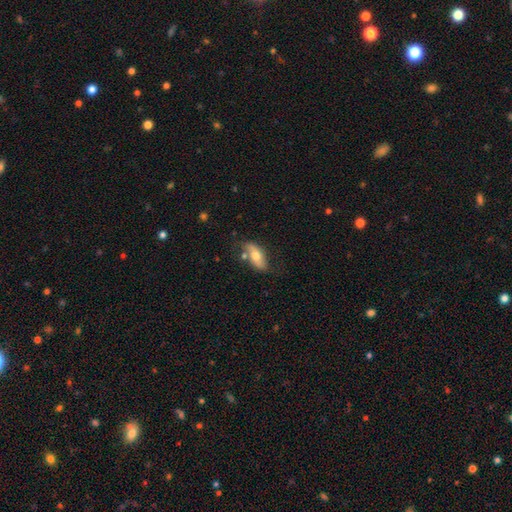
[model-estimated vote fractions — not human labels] Smooth or featured?
  - smooth: 55% *
  - featured or disk: 39%
  - star or artifact: 7%
How rounded?
  - in between: 82% *
  - cigar-shaped: 14%
  - round: 4%
Merging?
  - none: 62% *
  - minor disturbance: 23%
  - merger: 7%
  - major disturbance: 7%